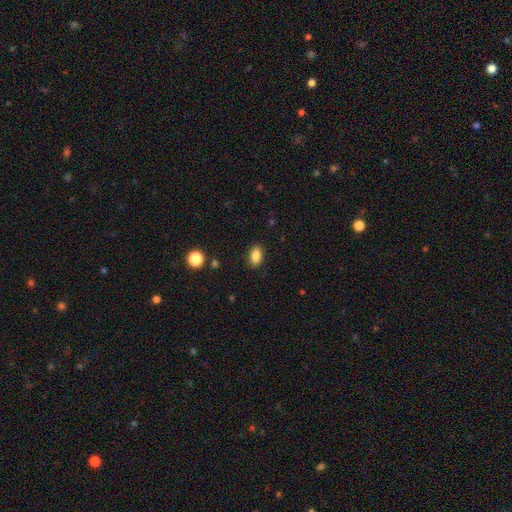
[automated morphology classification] Q: Smooth or featured?
A: smooth (86%); runner-up: star or artifact (9%)
Q: How rounded?
A: in between (89%); runner-up: round (7%)
Q: Merging?
A: none (87%); runner-up: minor disturbance (9%)